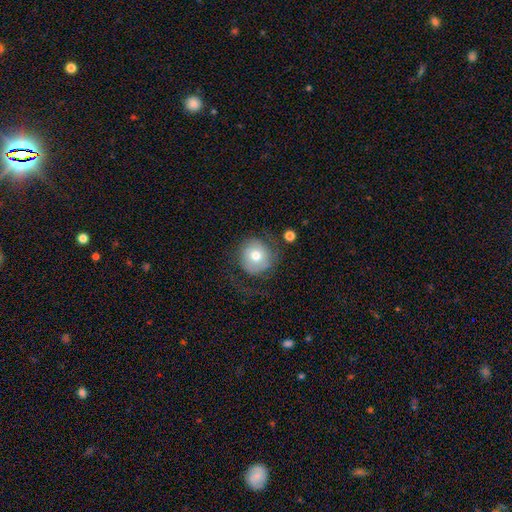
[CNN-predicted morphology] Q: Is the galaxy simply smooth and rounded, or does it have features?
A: smooth — 62%.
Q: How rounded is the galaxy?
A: round — 90%.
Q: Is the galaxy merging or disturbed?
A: none — 56%.